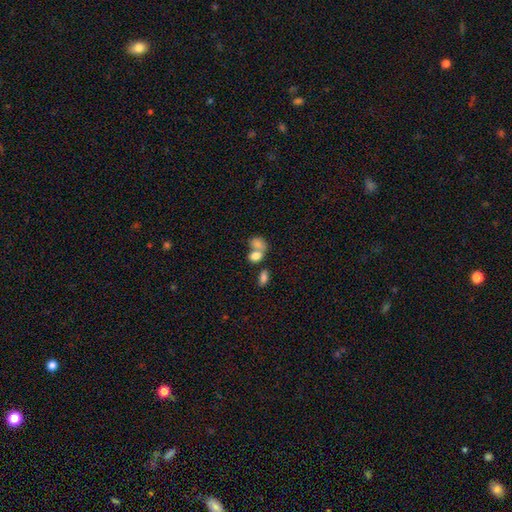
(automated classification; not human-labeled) The model was most divided on "merging": merger: 57%, none: 28%, minor disturbance: 9%, major disturbance: 6%. More confident: smooth or featured — smooth (79%); how rounded — in between (68%).